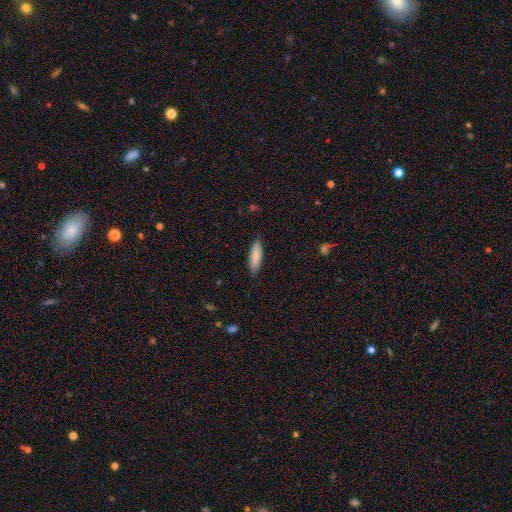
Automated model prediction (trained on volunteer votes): smooth_or_featured: smooth (p=0.86) [alt: featured or disk p=0.08]
how_rounded: cigar-shaped (p=0.61) [alt: in between p=0.38]
merging: none (p=0.89) [alt: minor disturbance p=0.09]